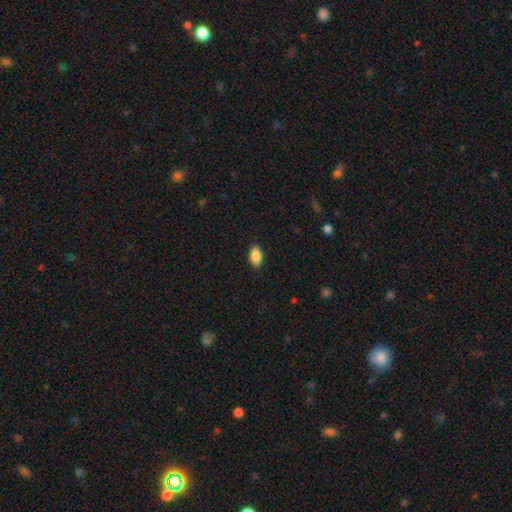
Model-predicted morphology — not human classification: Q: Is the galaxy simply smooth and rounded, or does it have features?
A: smooth — 87%.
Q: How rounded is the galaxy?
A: in between — 91%.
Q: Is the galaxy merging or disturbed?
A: none — 88%.